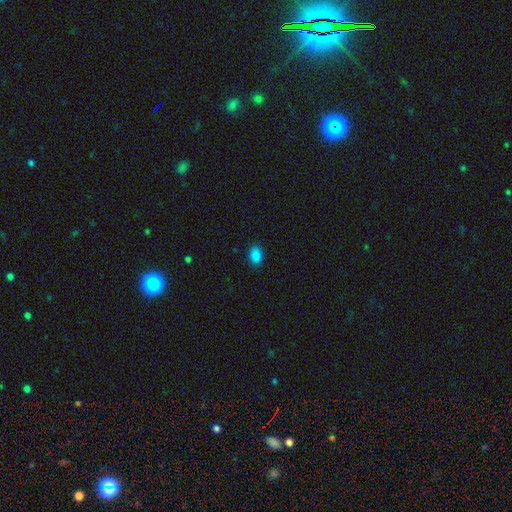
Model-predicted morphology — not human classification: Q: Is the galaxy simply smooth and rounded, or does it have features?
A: smooth — 86%.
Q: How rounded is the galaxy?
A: in between — 75%.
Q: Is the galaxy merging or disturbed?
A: none — 89%.